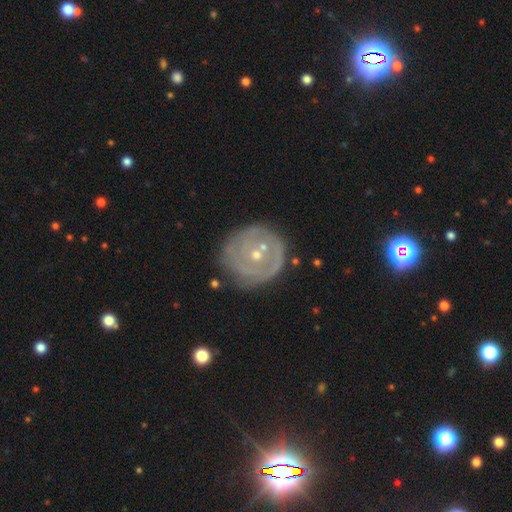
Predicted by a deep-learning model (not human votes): Smooth or featured?
  - featured or disk: 73% *
  - smooth: 19%
  - star or artifact: 8%
Edge-on disk?
  - no: 97% *
  - yes: 3%
Bar?
  - no: 75% *
  - weak: 20%
  - strong: 6%
Spiral arms?
  - yes: 67% *
  - no: 33%
Bulge size?
  - small: 70% *
  - moderate: 27%
  - none: 1%
  - large: 1%
  - dominant: 1%
Merging?
  - none: 72% *
  - minor disturbance: 17%
  - major disturbance: 7%
  - merger: 4%